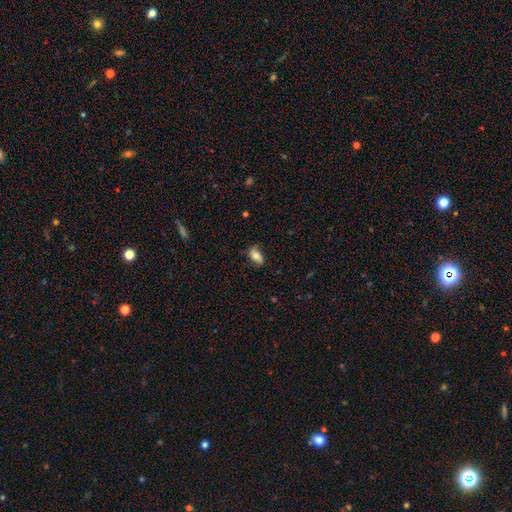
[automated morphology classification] Smooth or featured? Predicted: smooth (p=0.66). How rounded? Predicted: in between (p=0.88). Merging? Predicted: none (p=0.65).